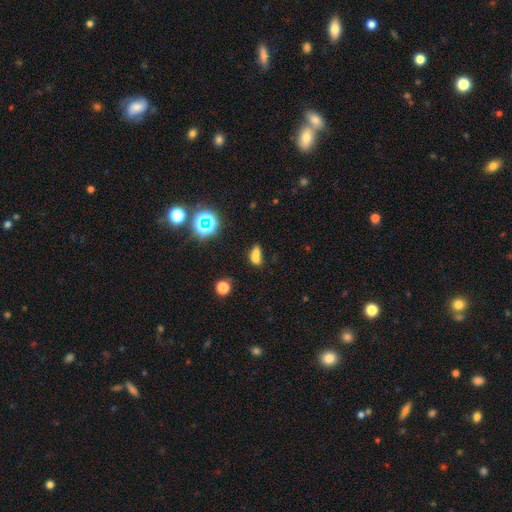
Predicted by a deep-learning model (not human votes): The model was most divided on "merging": merger: 45%, none: 34%, minor disturbance: 13%, major disturbance: 8%. More confident: how rounded — in between (72%); smooth or featured — smooth (67%).